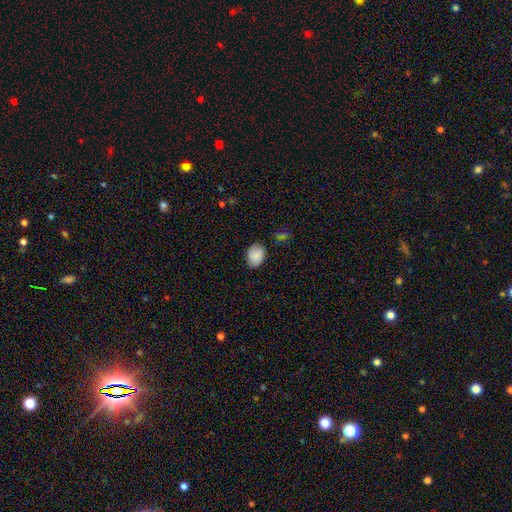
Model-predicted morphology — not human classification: This is clearly a smooth galaxy (80%). How rounded: likely in between (74%). Merging: likely none (76%).